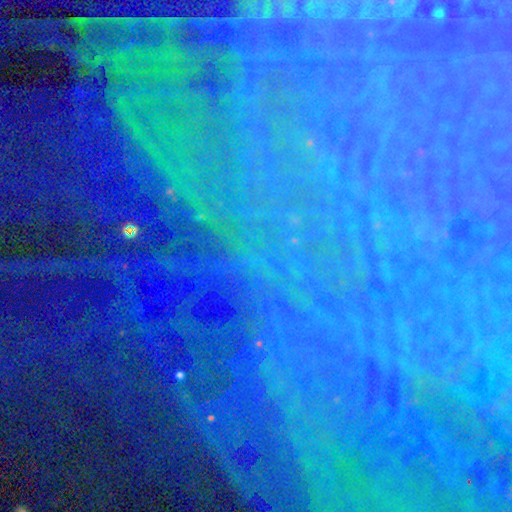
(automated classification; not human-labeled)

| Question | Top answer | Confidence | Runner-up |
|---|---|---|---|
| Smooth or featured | star or artifact | 84% | featured or disk (8%) |